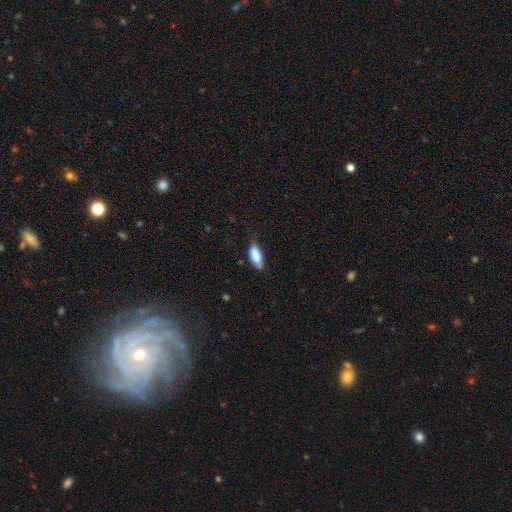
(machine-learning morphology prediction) Smooth or featured?
  - smooth: 79% *
  - featured or disk: 14%
  - star or artifact: 7%
How rounded?
  - in between: 73% *
  - cigar-shaped: 25%
  - round: 2%
Merging?
  - none: 60% *
  - minor disturbance: 30%
  - major disturbance: 8%
  - merger: 3%